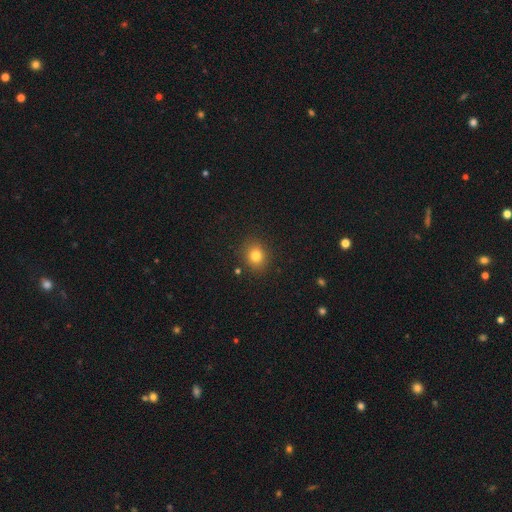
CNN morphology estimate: A smooth galaxy with no disk features (79%) that is round (74%).

Vote fractions:
- Smooth or featured? smooth: 79% / star or artifact: 13% / featured or disk: 7%
- How rounded? round: 74% / in between: 25% / cigar-shaped: 1%
- Merging? none: 87% / minor disturbance: 8% / major disturbance: 3% / merger: 2%